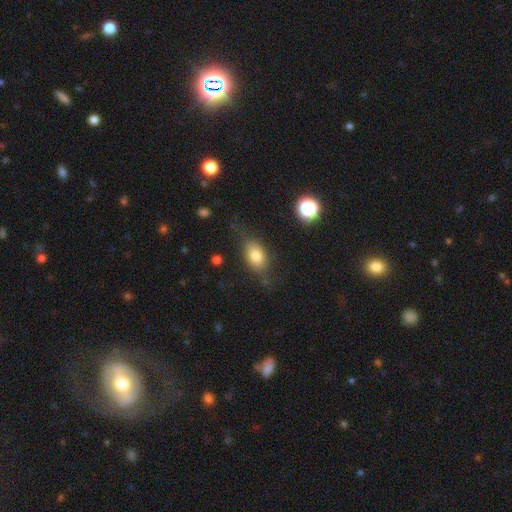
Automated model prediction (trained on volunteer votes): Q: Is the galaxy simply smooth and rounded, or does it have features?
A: smooth — 72%.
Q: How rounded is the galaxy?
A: in between — 79%.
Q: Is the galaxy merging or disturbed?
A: none — 64%.